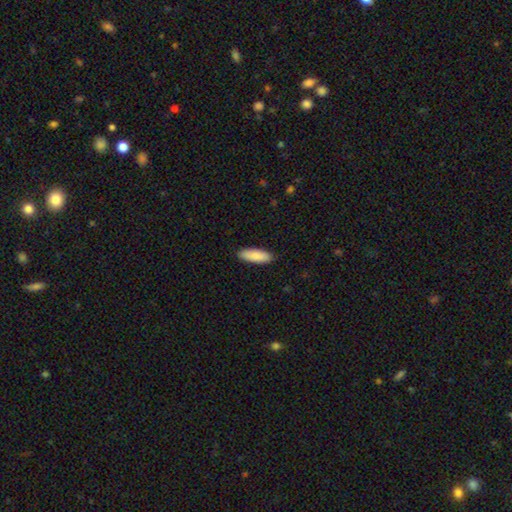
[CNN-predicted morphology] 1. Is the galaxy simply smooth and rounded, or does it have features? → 88% smooth, 7% featured or disk, 5% star or artifact.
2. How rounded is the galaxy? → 62% in between, 36% cigar-shaped, 2% round.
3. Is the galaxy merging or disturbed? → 89% none, 8% minor disturbance, 2% major disturbance, 1% merger.